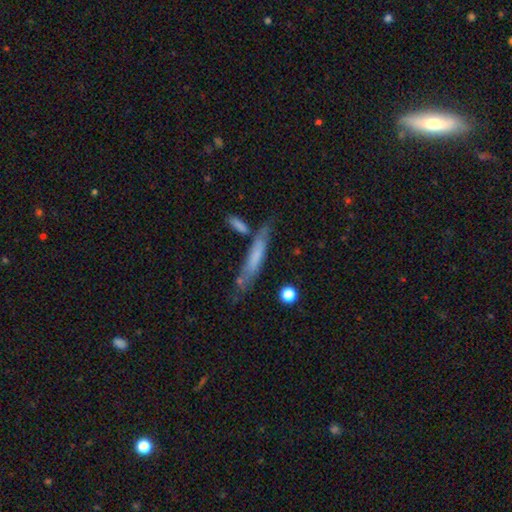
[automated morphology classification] Smooth or featured? Predicted: smooth (p=0.55). How rounded? Predicted: cigar-shaped (p=0.87). Merging? Predicted: none (p=0.59).